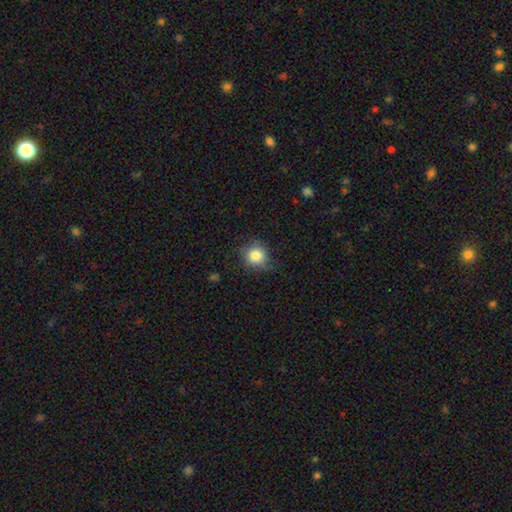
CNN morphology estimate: Q: Smooth or featured?
A: smooth (82%); runner-up: featured or disk (10%)
Q: How rounded?
A: round (86%); runner-up: in between (13%)
Q: Merging?
A: none (66%); runner-up: minor disturbance (25%)